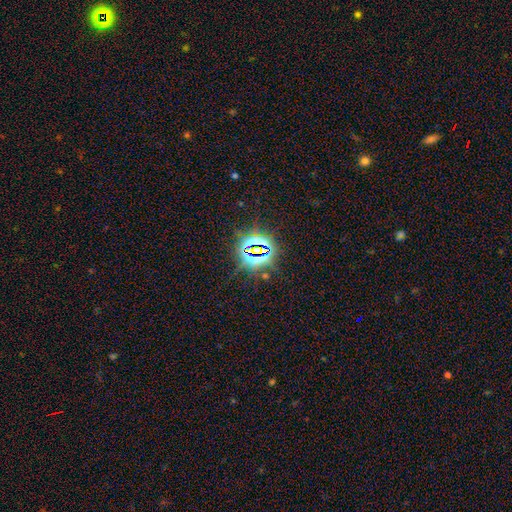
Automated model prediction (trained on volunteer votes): A star or artifact, not a galaxy (80%).

Vote fractions:
- Smooth or featured? star or artifact: 80% / smooth: 12% / featured or disk: 8%